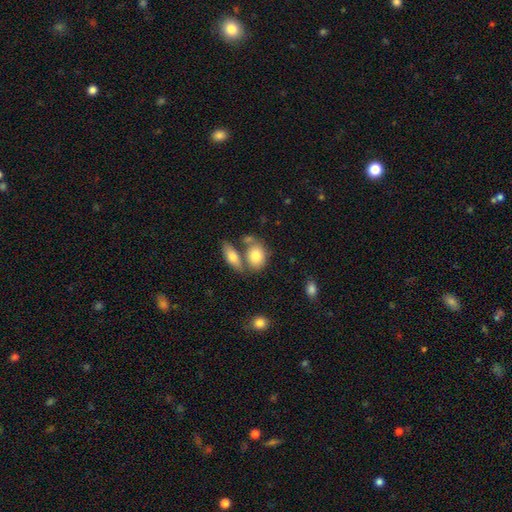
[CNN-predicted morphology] Overall: smooth (81%). How rounded: in between (68%; round 29%). Merging: none (45%; merger 37%).